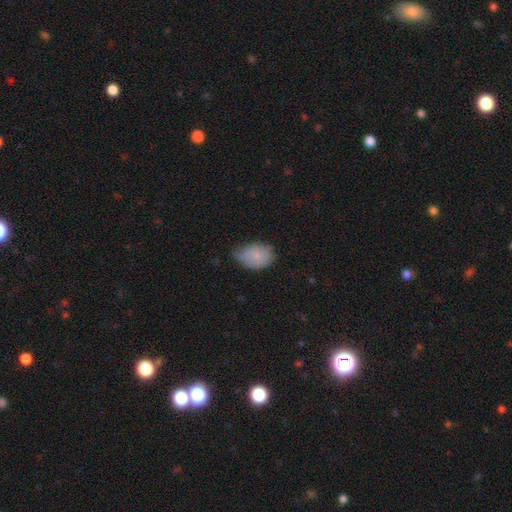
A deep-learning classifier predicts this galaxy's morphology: This is likely a smooth galaxy (78%). How rounded: clearly in between (80%). Merging: possibly minor disturbance (46%).